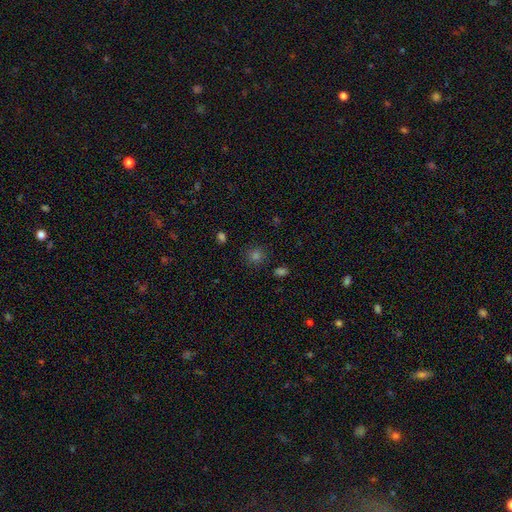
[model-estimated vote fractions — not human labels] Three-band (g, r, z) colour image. It shows a smooth galaxy with no disk features (72%) that is round (90%). Merging: none (88%).